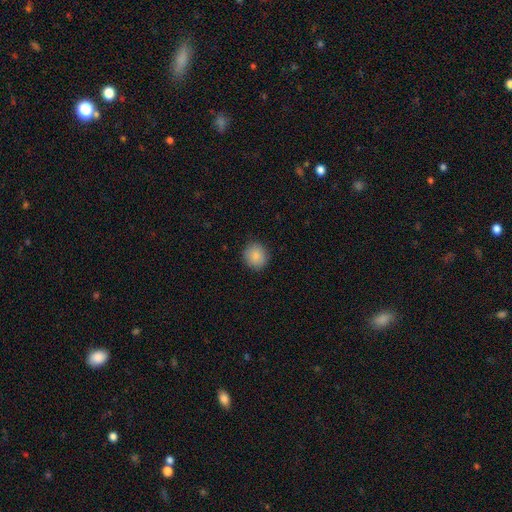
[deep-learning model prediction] This is clearly a smooth galaxy (87%). How rounded: clearly round (86%). Merging: clearly none (88%).